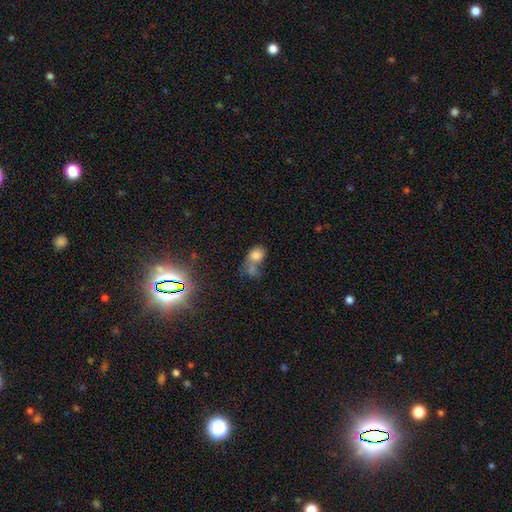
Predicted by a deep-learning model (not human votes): Smooth or featured: smooth — 74% (featured or disk — 14%)
How rounded: in between — 57% (round — 42%)
Merging: merger — 54% (none — 24%)